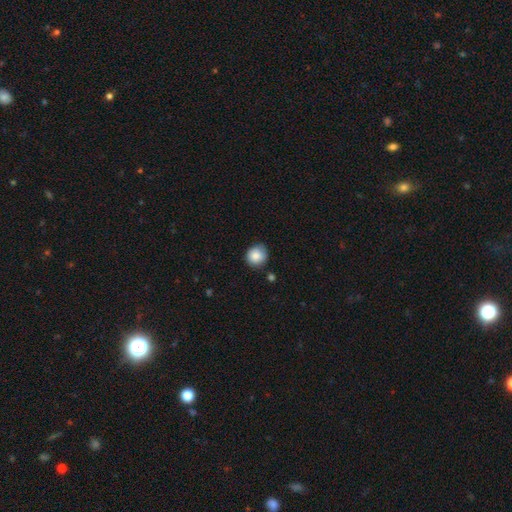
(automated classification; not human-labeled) Smooth or featured? smooth (84%)
How rounded? round (86%)
Merging? none (75%)